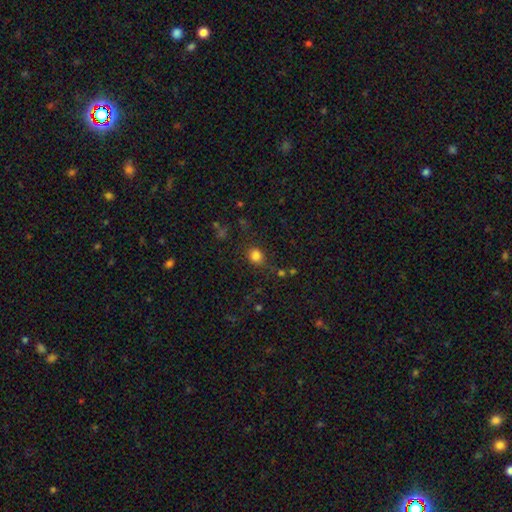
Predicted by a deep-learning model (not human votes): A smooth galaxy with no disk features (81%) that is round (73%). Merging: none (75%).